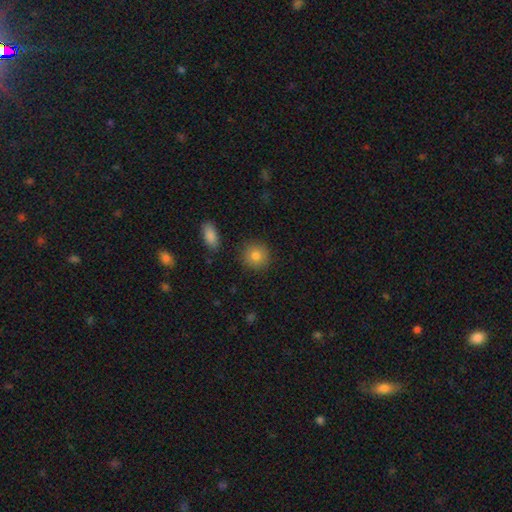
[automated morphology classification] This is clearly a smooth galaxy (82%). How rounded: clearly round (91%). Merging: clearly none (88%).